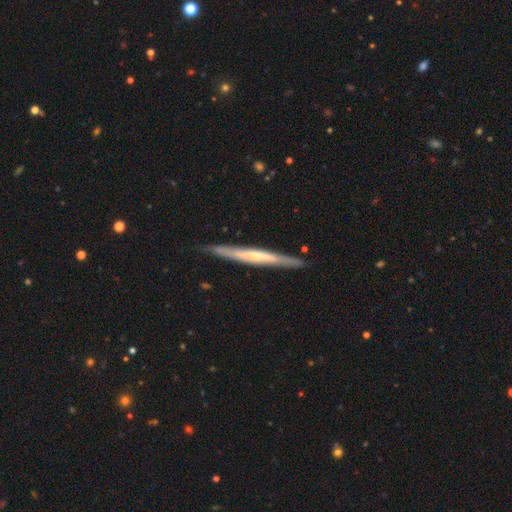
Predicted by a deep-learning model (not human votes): The model was most divided on "smooth or featured": featured or disk: 60%, smooth: 35%, star or artifact: 5%. More confident: edge-on disk — yes (95%); merging — none (86%); edge-on bulge — none (62%).